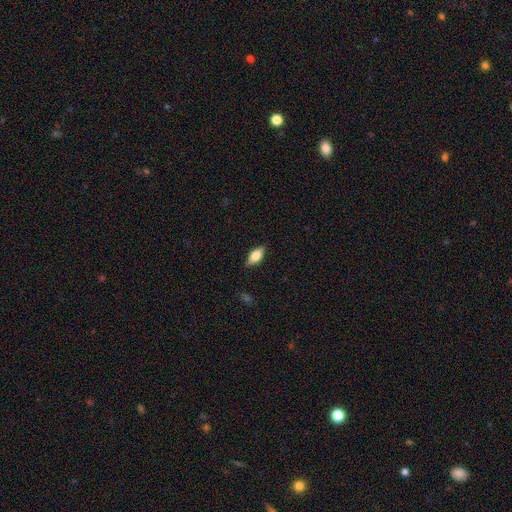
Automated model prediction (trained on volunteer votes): Smooth or featured? Predicted: smooth (p=0.65). How rounded? Predicted: in between (p=0.82). Merging? Predicted: none (p=0.84).